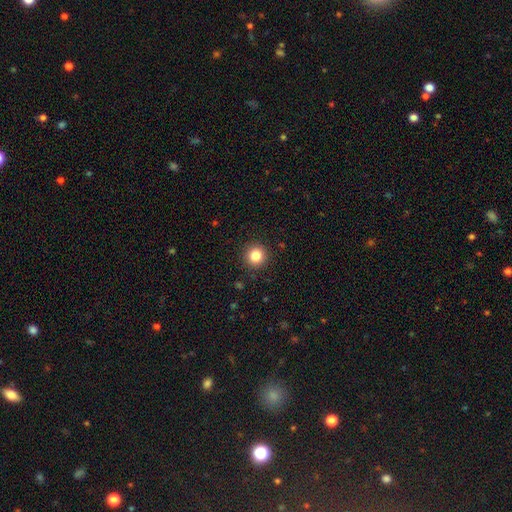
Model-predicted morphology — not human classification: Smooth or featured?
  - smooth: 83% *
  - star or artifact: 11%
  - featured or disk: 5%
How rounded?
  - round: 94% *
  - in between: 5%
  - cigar-shaped: 1%
Merging?
  - none: 92% *
  - minor disturbance: 5%
  - major disturbance: 2%
  - merger: 1%